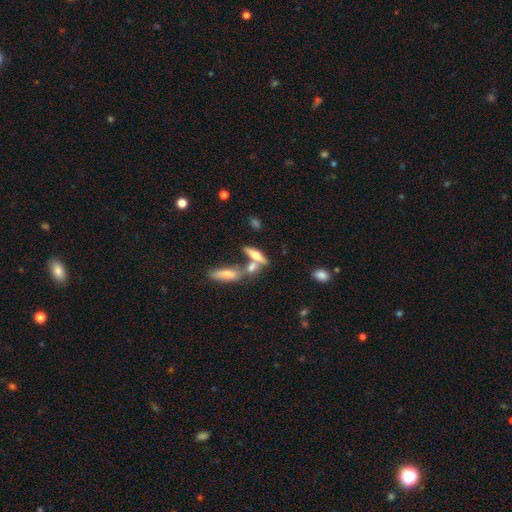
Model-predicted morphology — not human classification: Smooth or featured? Predicted: smooth (p=0.51). How rounded? Predicted: cigar-shaped (p=0.53). Merging? Predicted: none (p=0.44).